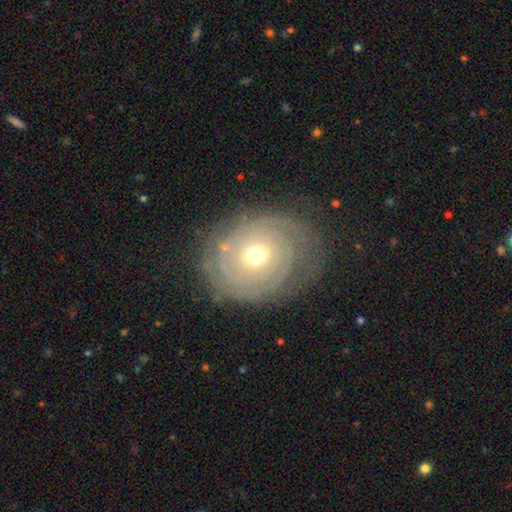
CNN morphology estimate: A featured or disk galaxy (78%) with no bar (82%), tight (83%) spiral arms (88%) and a moderate central bulge (57%).

Vote fractions:
- Smooth or featured? featured or disk: 78% / smooth: 15% / star or artifact: 7%
- Edge-on disk? no: 96% / yes: 4%
- Bar? no: 82% / weak: 14% / strong: 4%
- Spiral arms? yes: 88% / no: 12%
- Spiral winding? tight: 83% / medium: 13% / loose: 5%
- Spiral arm count? can't tell: 41% / 2: 26% / 3: 14% / 1: 7% / 4: 7% / more than 4: 5%
- Bulge size? moderate: 57% / small: 38% / large: 3% / dominant: 1% / none: 1%
- Merging? none: 74% / minor disturbance: 17% / major disturbance: 7% / merger: 2%